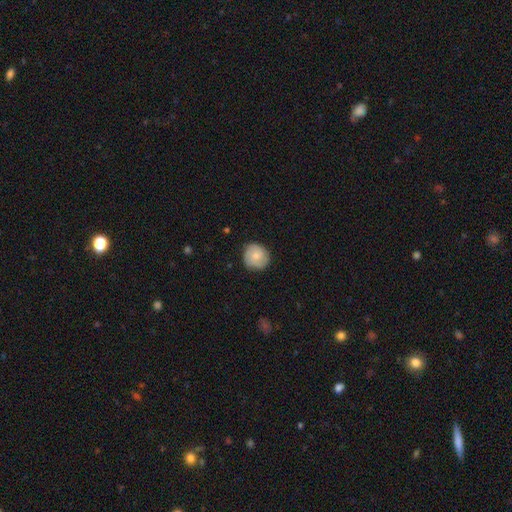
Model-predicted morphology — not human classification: This appears to be a smooth galaxy with no disk features (66%) that is round (89%). Merging: none (80%).